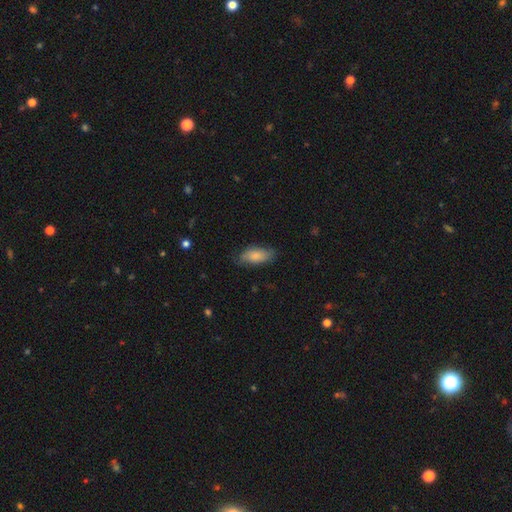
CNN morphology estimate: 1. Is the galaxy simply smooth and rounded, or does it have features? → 78% smooth, 16% featured or disk, 6% star or artifact.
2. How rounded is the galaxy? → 88% in between, 10% cigar-shaped, 3% round.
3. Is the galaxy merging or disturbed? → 71% none, 23% minor disturbance, 5% major disturbance, 1% merger.